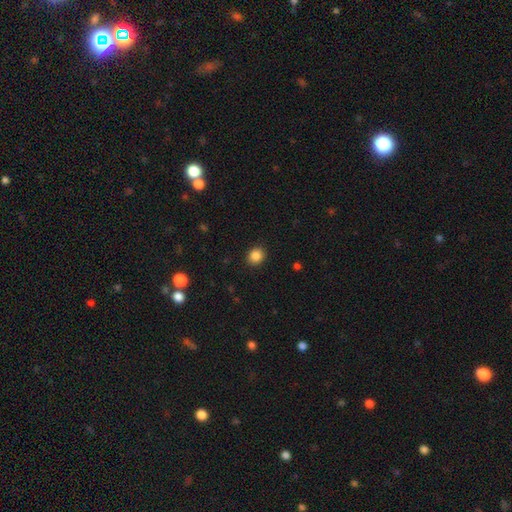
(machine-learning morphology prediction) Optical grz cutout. It shows a smooth galaxy with no disk features (86%) that is round (75%). Merging: none (91%).